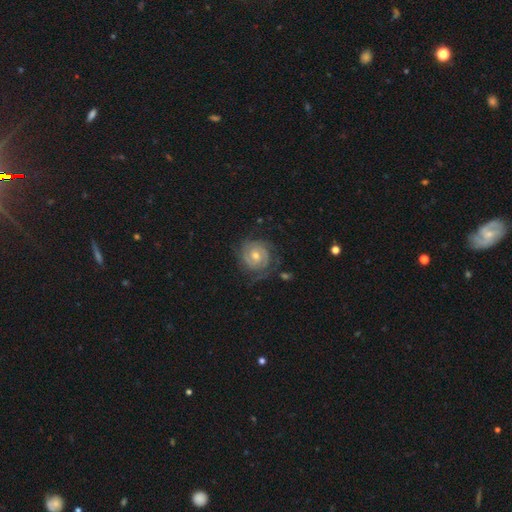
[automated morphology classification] Smooth or featured?
  - featured or disk: 84% *
  - smooth: 10%
  - star or artifact: 7%
Edge-on disk?
  - no: 98% *
  - yes: 2%
Bar?
  - no: 64% *
  - weak: 29%
  - strong: 7%
Spiral arms?
  - yes: 95% *
  - no: 5%
Spiral winding?
  - tight: 75% *
  - medium: 20%
  - loose: 5%
Spiral arm count?
  - 2: 52% *
  - can't tell: 20%
  - 3: 15%
  - 1: 5%
  - 4: 4%
  - more than 4: 4%
Bulge size?
  - moderate: 60% *
  - small: 36%
  - large: 2%
  - none: 1%
  - dominant: 1%
Merging?
  - none: 74% *
  - minor disturbance: 16%
  - major disturbance: 8%
  - merger: 2%